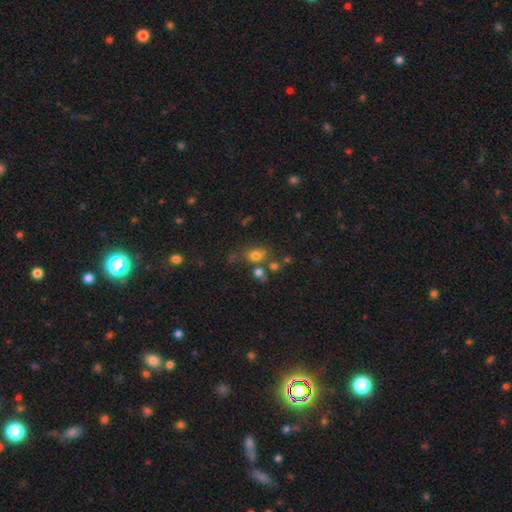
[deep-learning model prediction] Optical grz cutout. It shows a smooth galaxy with no disk features (72%) that is in between round and cigar-shaped (55%). Merging: none (53%).